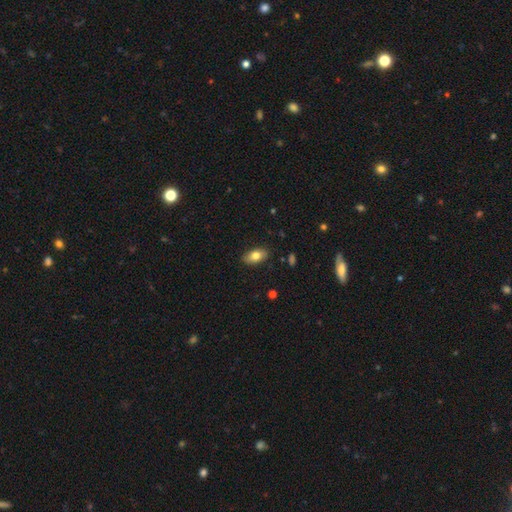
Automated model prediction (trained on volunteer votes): Smooth or featured?
  - smooth: 79% *
  - featured or disk: 14%
  - star or artifact: 7%
How rounded?
  - in between: 91% *
  - round: 5%
  - cigar-shaped: 4%
Merging?
  - none: 87% *
  - minor disturbance: 10%
  - major disturbance: 2%
  - merger: 1%